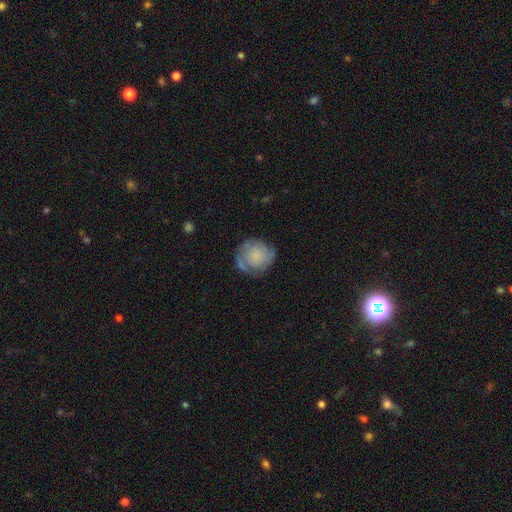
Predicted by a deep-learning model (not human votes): This is possibly a smooth galaxy (47%). Merging: likely none (63%).